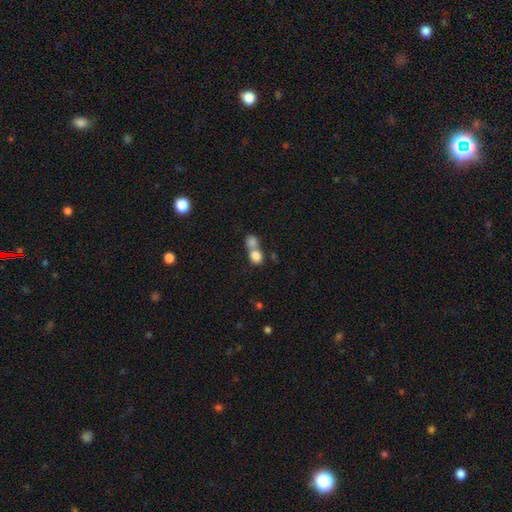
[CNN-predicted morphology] smooth_or_featured: smooth (p=0.81) [alt: featured or disk p=0.10]
how_rounded: round (p=0.62) [alt: in between p=0.37]
merging: merger (p=0.65) [alt: none p=0.26]